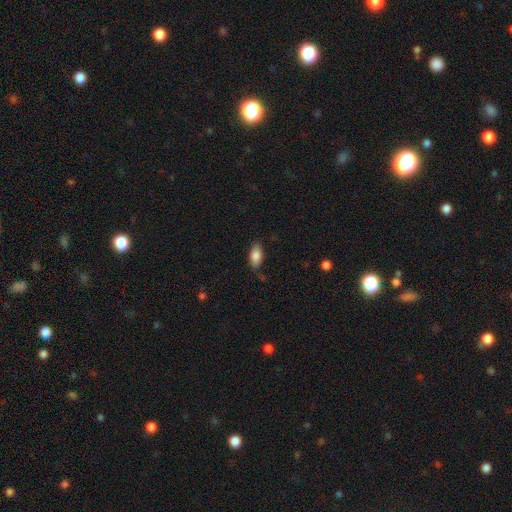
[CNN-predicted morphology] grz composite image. It shows a smooth galaxy with no disk features (85%) that is in between round and cigar-shaped (89%). Merging: none (81%).